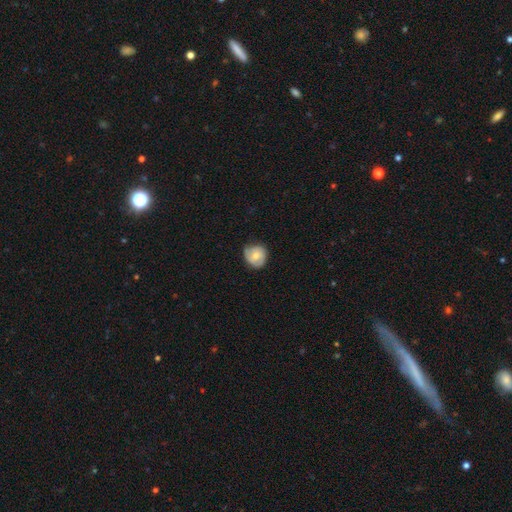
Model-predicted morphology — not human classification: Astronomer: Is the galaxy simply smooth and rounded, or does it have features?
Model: smooth — 54% (runner-up: featured or disk, 39%).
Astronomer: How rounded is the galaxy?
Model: round — 82%.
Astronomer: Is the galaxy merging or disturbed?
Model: none — 65%.